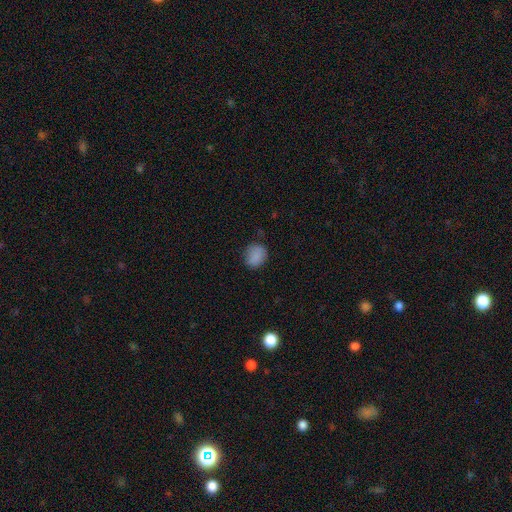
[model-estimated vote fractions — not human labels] The model was most divided on "how rounded": round: 66%, in between: 33%, cigar-shaped: 1%. More confident: smooth or featured — smooth (85%); merging — none (75%).